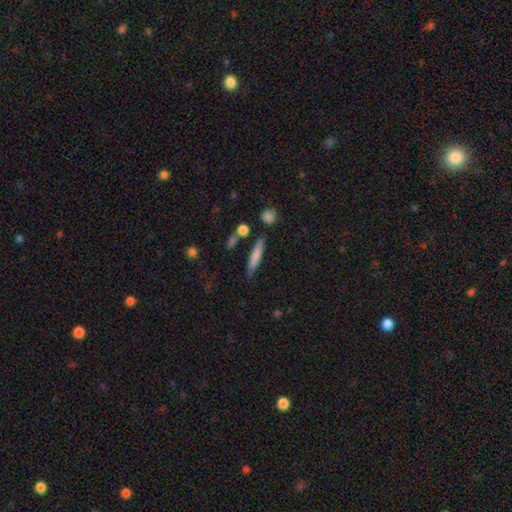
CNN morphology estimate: This is likely a smooth galaxy (71%). How rounded: clearly cigar-shaped (88%). Merging: likely none (76%).